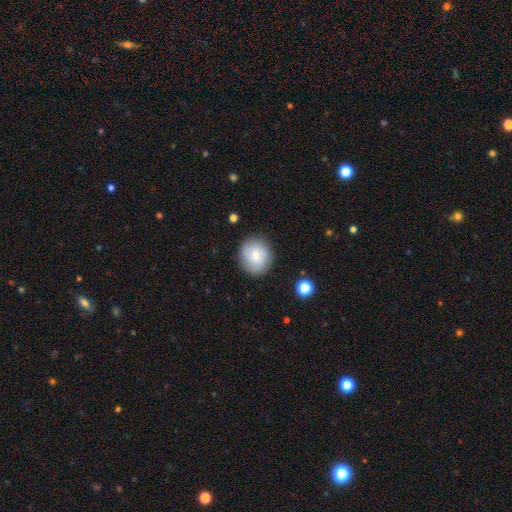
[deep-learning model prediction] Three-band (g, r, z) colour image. It shows a smooth galaxy with no disk features (73%) that is round (84%). Merging: none (84%).